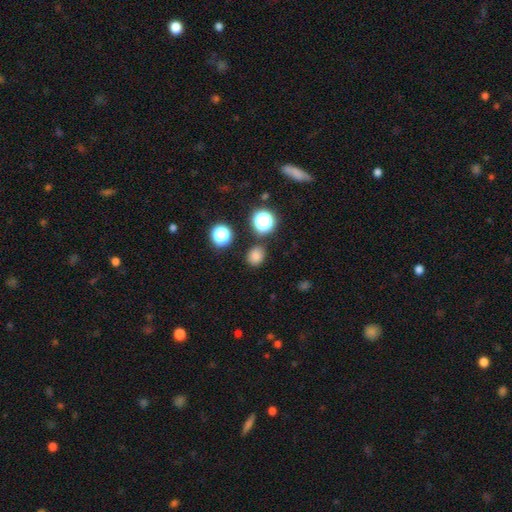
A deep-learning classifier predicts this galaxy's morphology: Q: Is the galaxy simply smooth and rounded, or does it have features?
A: smooth — 77%.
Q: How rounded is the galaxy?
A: round — 66%.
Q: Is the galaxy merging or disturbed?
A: none — 81%.